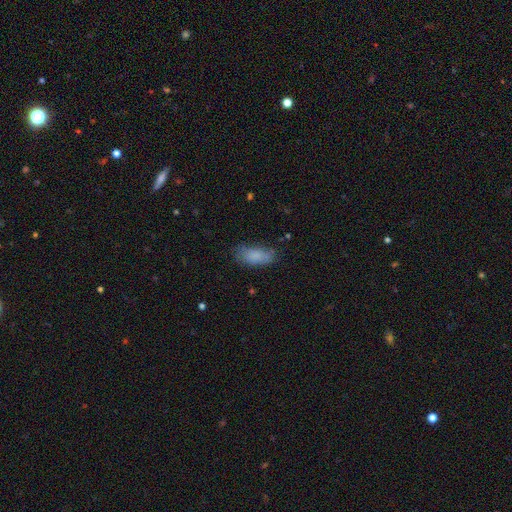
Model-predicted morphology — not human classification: The model was most divided on "merging": none: 65%, minor disturbance: 25%, major disturbance: 8%, merger: 2%. More confident: how rounded — in between (84%); smooth or featured — smooth (83%).